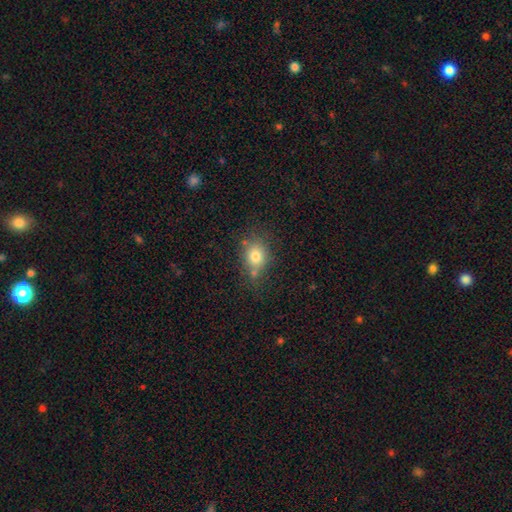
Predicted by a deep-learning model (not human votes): Q: Smooth or featured?
A: smooth (77%); runner-up: star or artifact (12%)
Q: How rounded?
A: round (50%); runner-up: in between (48%)
Q: Merging?
A: none (62%); runner-up: minor disturbance (20%)